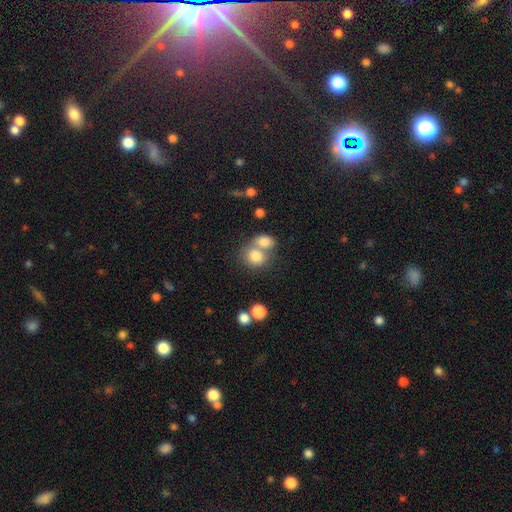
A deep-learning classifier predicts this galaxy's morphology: Smooth or featured?
  - smooth: 80% *
  - featured or disk: 11%
  - star or artifact: 10%
How rounded?
  - round: 65% *
  - in between: 34%
  - cigar-shaped: 1%
Merging?
  - merger: 52% *
  - none: 35%
  - minor disturbance: 8%
  - major disturbance: 4%